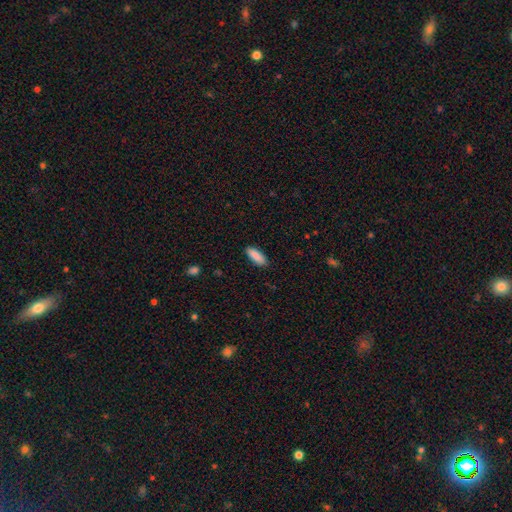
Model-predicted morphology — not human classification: A smooth galaxy with no disk features (89%) that is in between round and cigar-shaped (65%). Merging: none (88%).